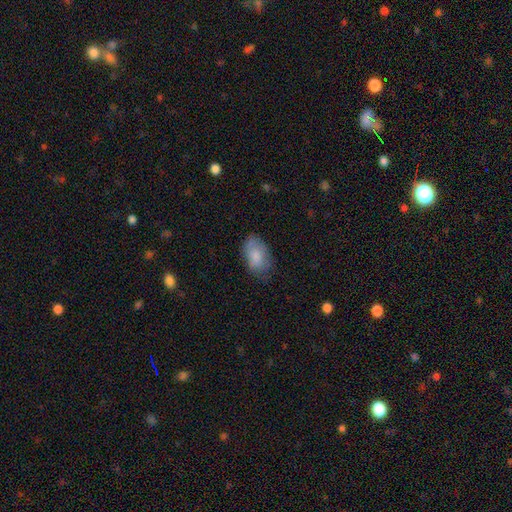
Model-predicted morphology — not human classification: Overall: smooth (81%). How rounded: in between (92%). Merging: none (64%; minor disturbance 27%).